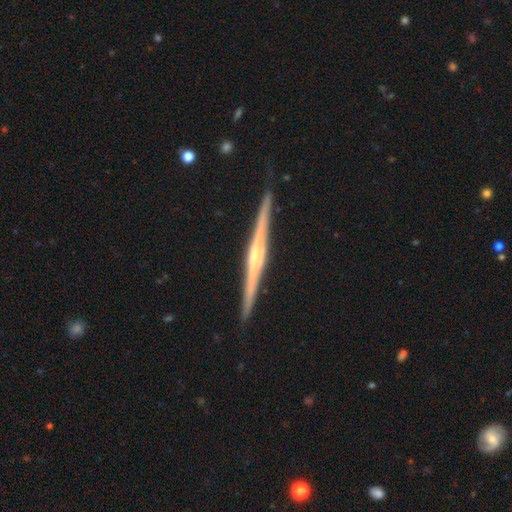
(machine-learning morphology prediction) This is clearly a featured or disk galaxy (84%). It is clearly viewed edge-on (99%). Edge-on bulge: possibly rounded (56%). Merging: clearly none (91%).